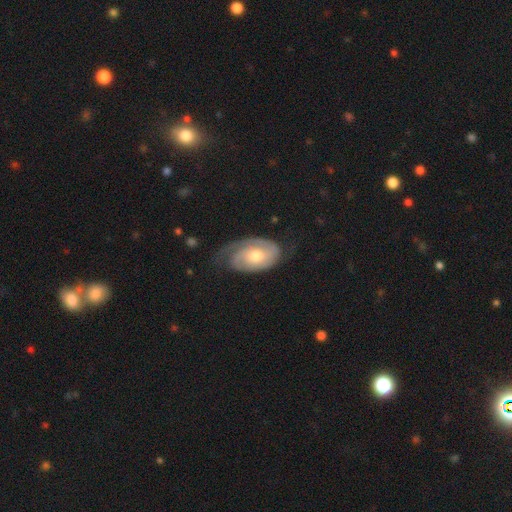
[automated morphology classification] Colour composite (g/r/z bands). It shows a featured or disk galaxy (76%) with no bar (73%), 2 (52%) tight (59%) spiral arms (92%) and a moderate central bulge (69%). Merging: none (60%).